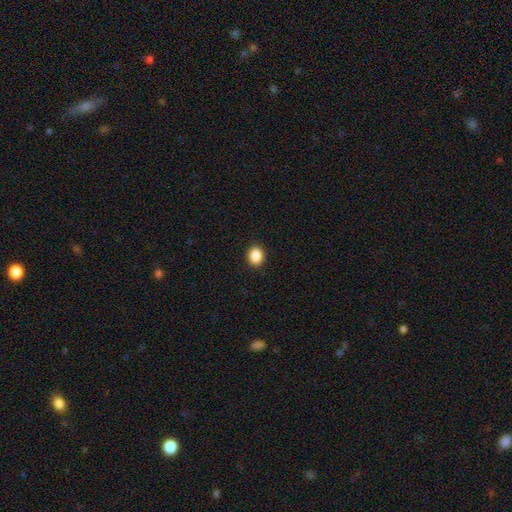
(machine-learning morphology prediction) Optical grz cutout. It shows a smooth galaxy with no disk features (88%) that is round (64%). Merging: none (91%).